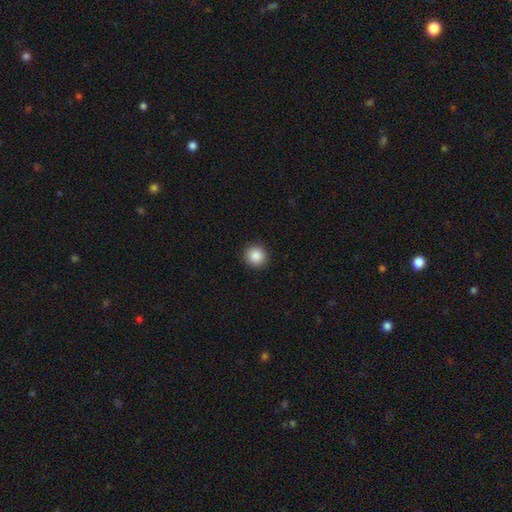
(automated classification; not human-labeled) This appears to be a smooth galaxy with no disk features (88%) that is round (94%). Merging: none (93%).